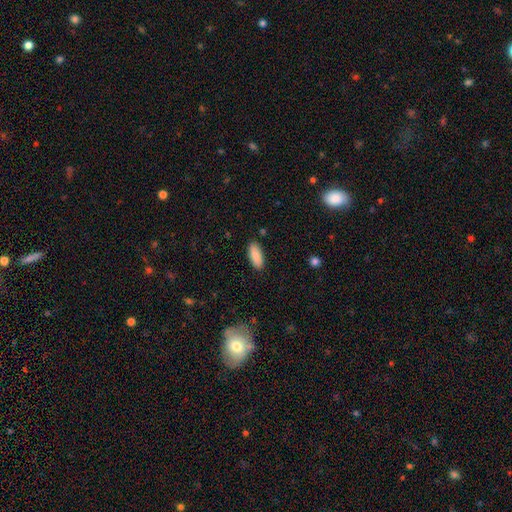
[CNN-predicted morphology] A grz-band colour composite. It shows a smooth galaxy with no disk features (89%) that is in between round and cigar-shaped (82%). Merging: none (88%).